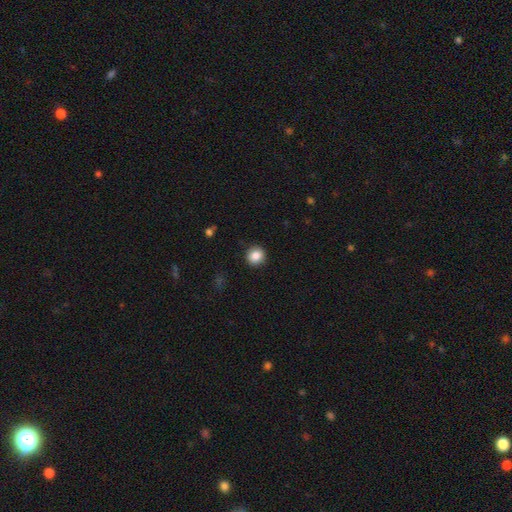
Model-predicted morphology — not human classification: This appears to be a smooth galaxy with no disk features (87%) that is round (90%). Merging: none (91%).